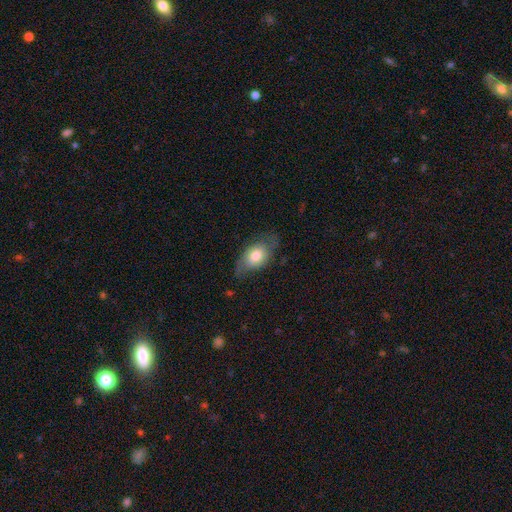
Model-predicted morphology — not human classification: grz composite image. It shows a smooth galaxy with no disk features (64%) that is in between round and cigar-shaped (86%). Merging: none (60%).